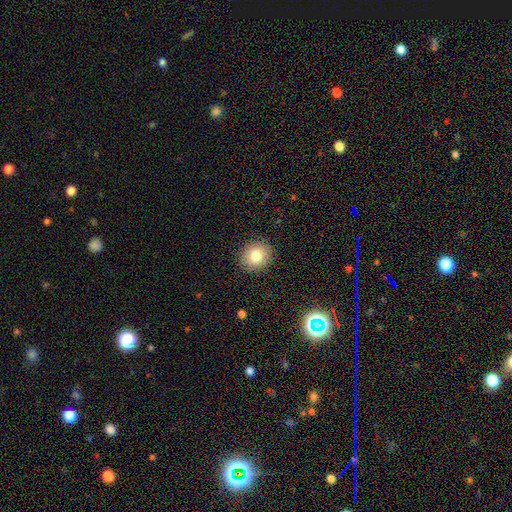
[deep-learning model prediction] The model was most divided on "how rounded": round: 77%, in between: 22%, cigar-shaped: 1%. More confident: merging — none (90%); smooth or featured — smooth (80%).